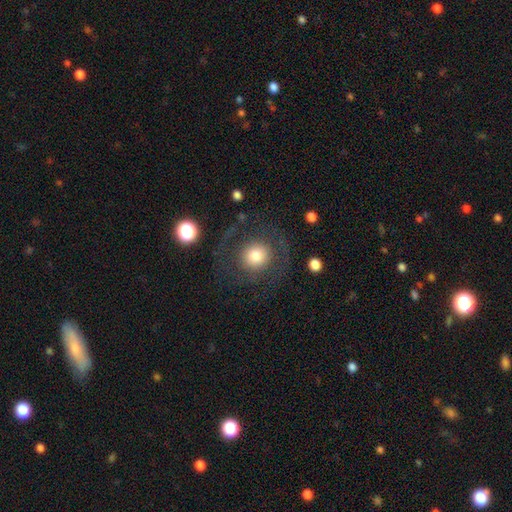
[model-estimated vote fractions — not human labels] Morphology: type=smooth (64%); roundness=round (90%); merging=none (72%).